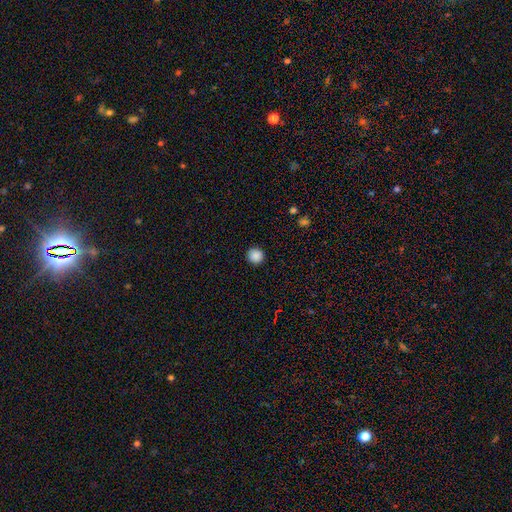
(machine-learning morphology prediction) This appears to be a smooth galaxy with no disk features (88%) that is round (94%). Merging: none (92%).